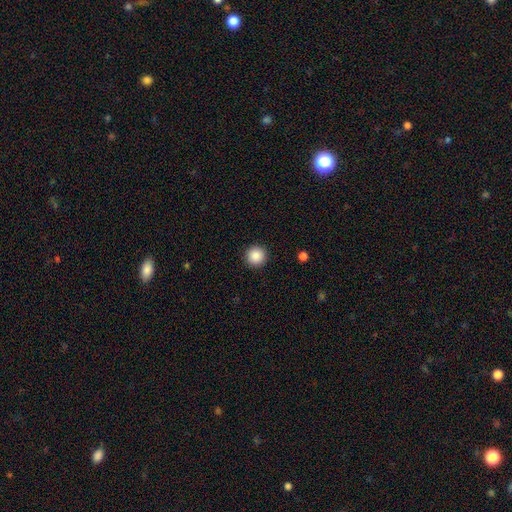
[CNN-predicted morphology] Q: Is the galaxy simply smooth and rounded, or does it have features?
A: smooth — 88%.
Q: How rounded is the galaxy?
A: round — 96%.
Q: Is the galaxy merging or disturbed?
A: none — 93%.